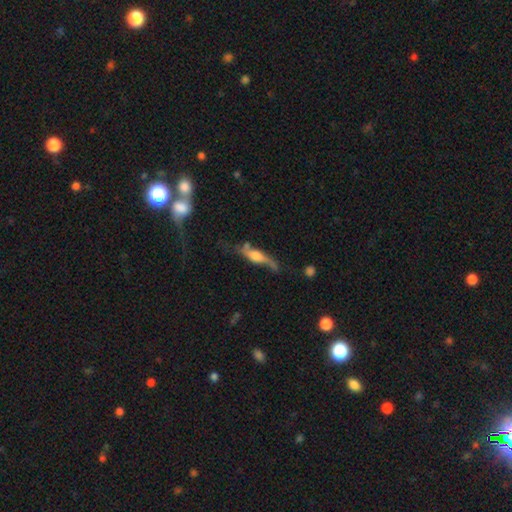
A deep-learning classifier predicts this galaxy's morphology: Smooth or featured? featured or disk (60%)
Edge-on disk? yes (67%)
Merging? none (45%)